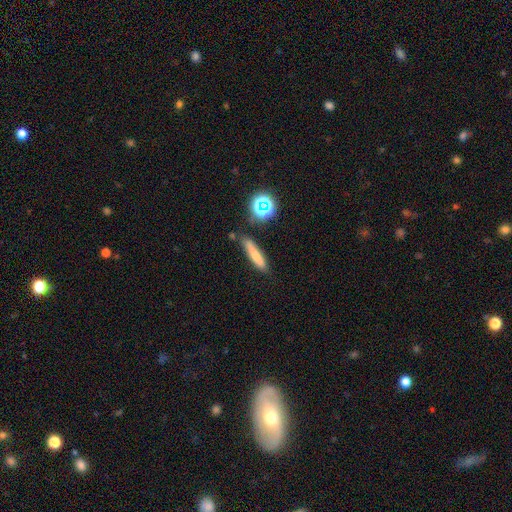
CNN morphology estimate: type=smooth (67%); roundness=cigar-shaped (85%); merging=none (76%).